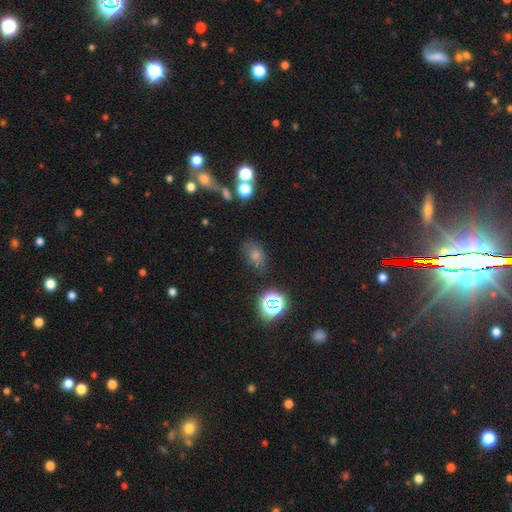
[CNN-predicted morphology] type=smooth (67%); roundness=in between (71%); merging=none (65%).